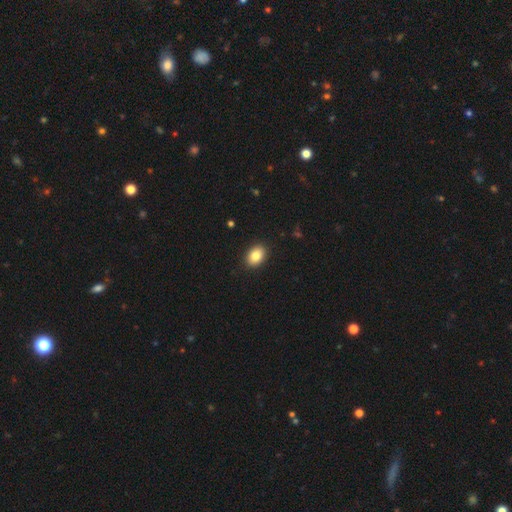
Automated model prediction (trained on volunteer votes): This appears to be a smooth galaxy with no disk features (86%) that is in between round and cigar-shaped (81%). Merging: none (90%).